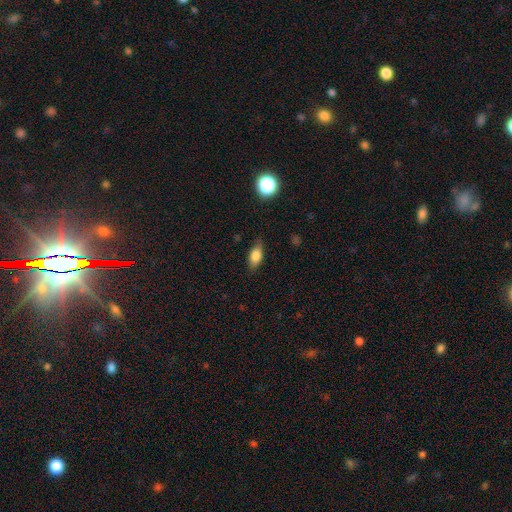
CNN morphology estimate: Smooth or featured? Predicted: smooth (p=0.76). How rounded? Predicted: in between (p=0.81). Merging? Predicted: none (p=0.80).